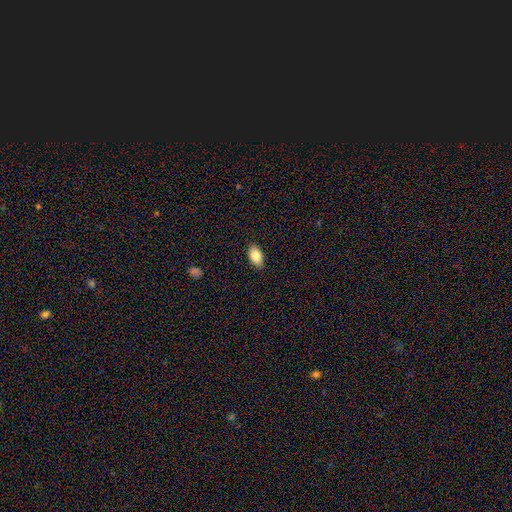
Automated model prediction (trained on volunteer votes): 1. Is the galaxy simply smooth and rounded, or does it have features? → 84% smooth, 9% featured or disk, 7% star or artifact.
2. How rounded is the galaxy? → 91% in between, 6% round, 2% cigar-shaped.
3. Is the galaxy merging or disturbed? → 87% none, 11% minor disturbance, 2% major disturbance, 1% merger.